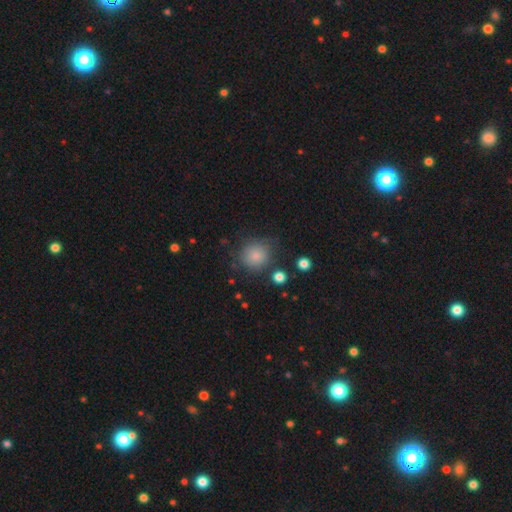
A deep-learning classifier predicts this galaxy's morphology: Q: Smooth or featured?
A: smooth (83%); runner-up: star or artifact (10%)
Q: How rounded?
A: round (88%); runner-up: in between (11%)
Q: Merging?
A: none (72%); runner-up: minor disturbance (17%)